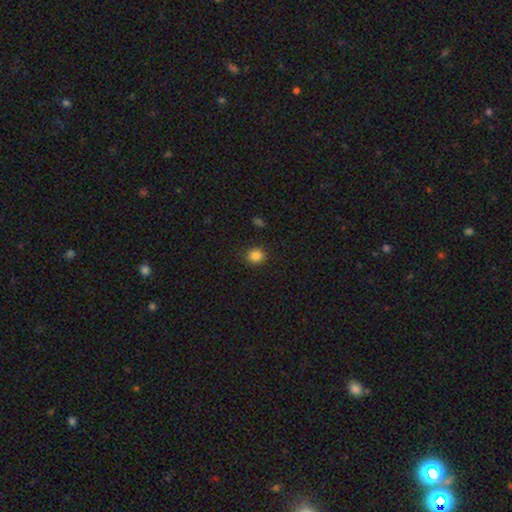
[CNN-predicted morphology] Q: Smooth or featured?
A: smooth (85%); runner-up: star or artifact (11%)
Q: How rounded?
A: round (83%); runner-up: in between (16%)
Q: Merging?
A: none (89%); runner-up: minor disturbance (7%)